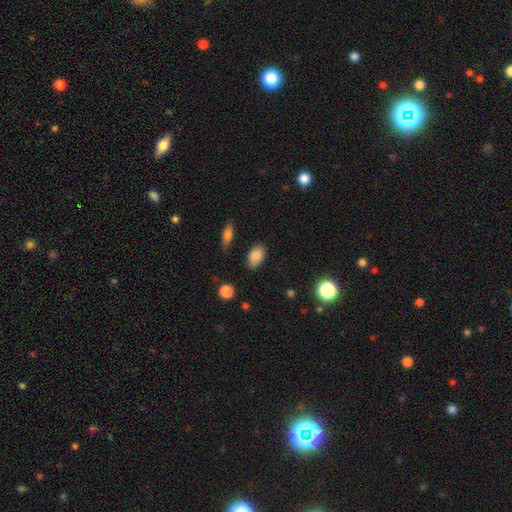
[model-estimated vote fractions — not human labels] Smooth or featured?
  - smooth: 86% *
  - star or artifact: 8%
  - featured or disk: 6%
How rounded?
  - in between: 90% *
  - round: 8%
  - cigar-shaped: 2%
Merging?
  - none: 80% *
  - minor disturbance: 15%
  - major disturbance: 3%
  - merger: 2%